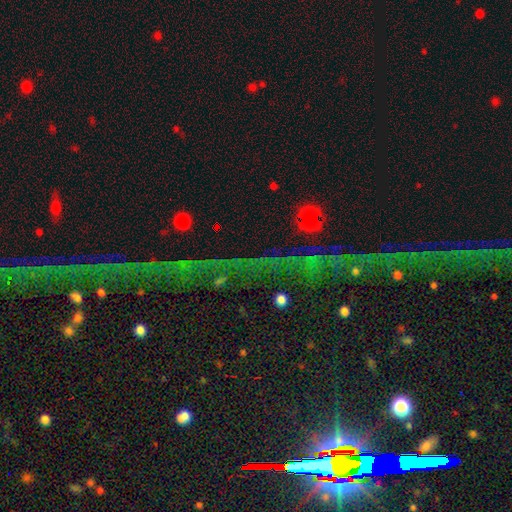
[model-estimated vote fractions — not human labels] A star or artifact, not a galaxy (71%).